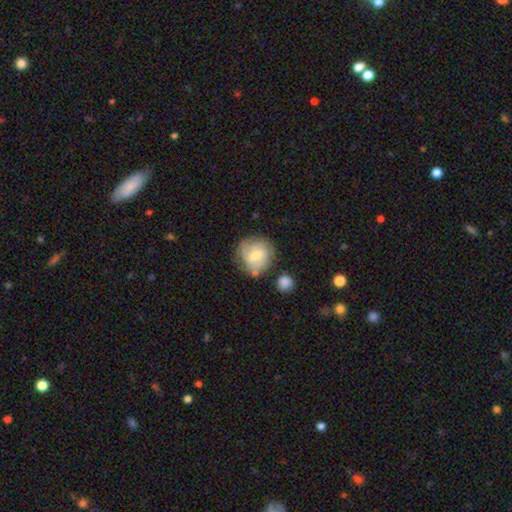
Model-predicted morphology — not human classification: featured or disk 59%, smooth 34%, star or artifact 7%. Down the decision tree: edge-on disk — no (97%); bar — weak (57%); spiral arms — yes (87%); spiral arm count — 2 (40%); spiral winding — medium (42%); bulge size — small (48%); merging — none (66%).